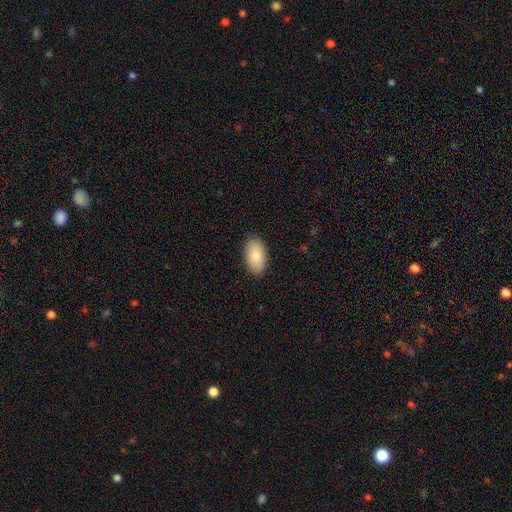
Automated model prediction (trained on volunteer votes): smooth-or-featured: smooth: 84% | featured or disk: 10% | star or artifact: 6%
  how-rounded: in between: 95% | round: 3% | cigar-shaped: 2%
  merging: none: 88% | minor disturbance: 9% | major disturbance: 2% | merger: 1%